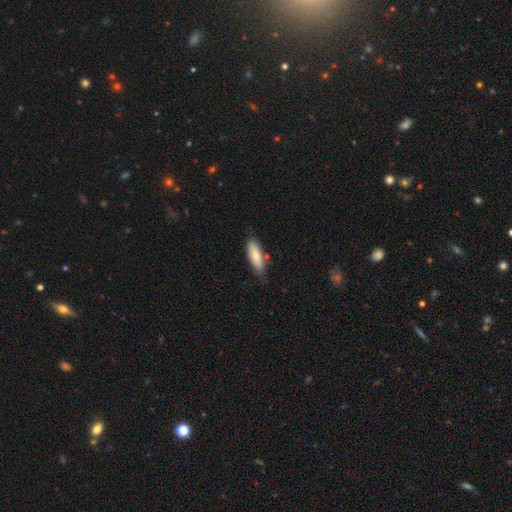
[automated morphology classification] The model was most divided on "how rounded": in between: 64%, cigar-shaped: 34%, round: 2%. More confident: smooth or featured — smooth (80%); merging — none (78%).